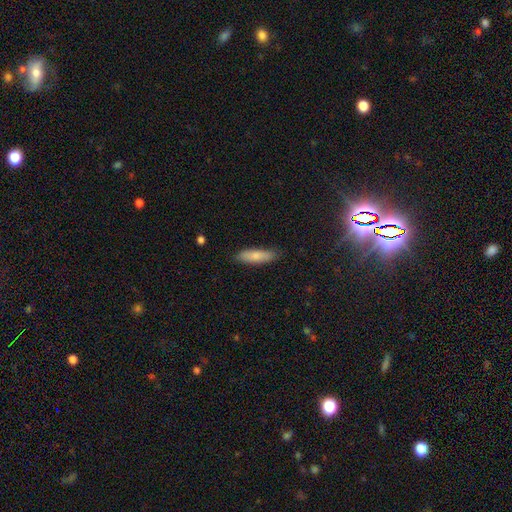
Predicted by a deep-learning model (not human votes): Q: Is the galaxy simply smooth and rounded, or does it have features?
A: smooth — 79%.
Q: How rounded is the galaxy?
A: cigar-shaped — 58%.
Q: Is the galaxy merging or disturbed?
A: none — 83%.